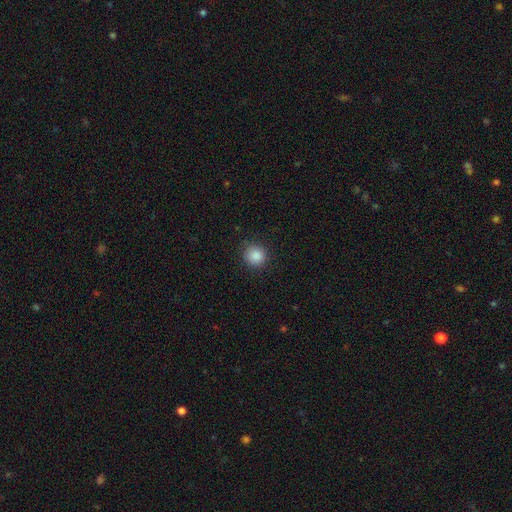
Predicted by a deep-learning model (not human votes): This is clearly a smooth galaxy (87%). How rounded: clearly round (92%). Merging: clearly none (88%).